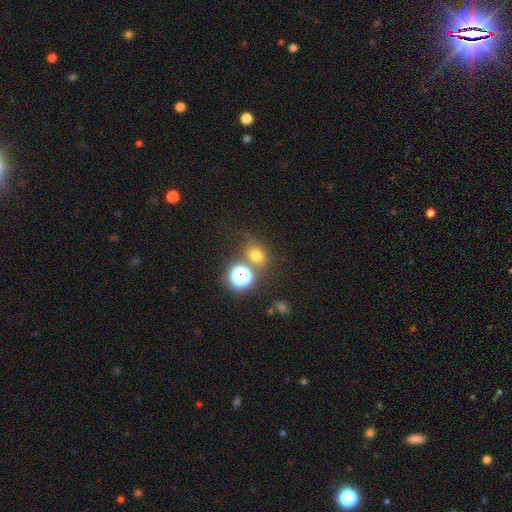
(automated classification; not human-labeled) Smooth or featured? Predicted: smooth (p=0.67). How rounded? Predicted: round (p=0.58). Merging? Predicted: none (p=0.67).